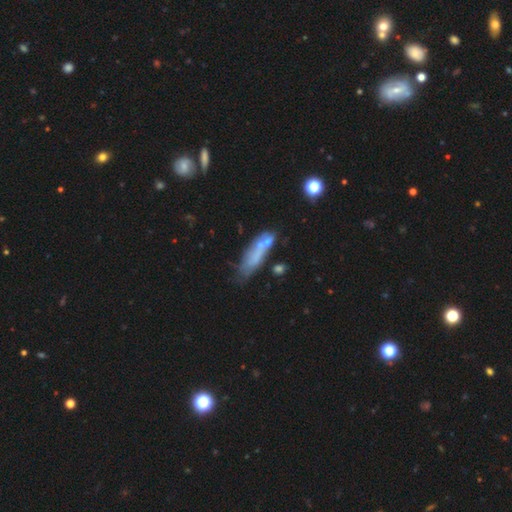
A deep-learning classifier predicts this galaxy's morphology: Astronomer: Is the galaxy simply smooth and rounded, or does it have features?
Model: smooth — 57% (runner-up: featured or disk, 33%).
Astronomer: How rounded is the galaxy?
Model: in between — 50% (runner-up: cigar-shaped, 47%).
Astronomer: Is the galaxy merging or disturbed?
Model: none — 39% (runner-up: minor disturbance, 27%).